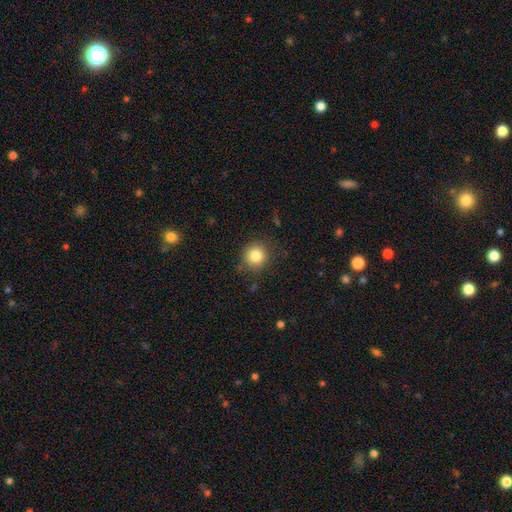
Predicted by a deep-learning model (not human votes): Q: Smooth or featured?
A: smooth (84%); runner-up: star or artifact (11%)
Q: How rounded?
A: round (92%); runner-up: in between (7%)
Q: Merging?
A: none (85%); runner-up: minor disturbance (10%)